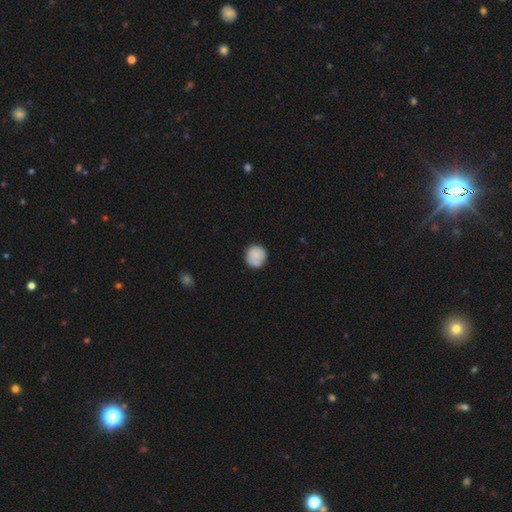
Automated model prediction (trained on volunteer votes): This is clearly a smooth galaxy (81%). How rounded: clearly round (90%). Merging: likely none (77%).